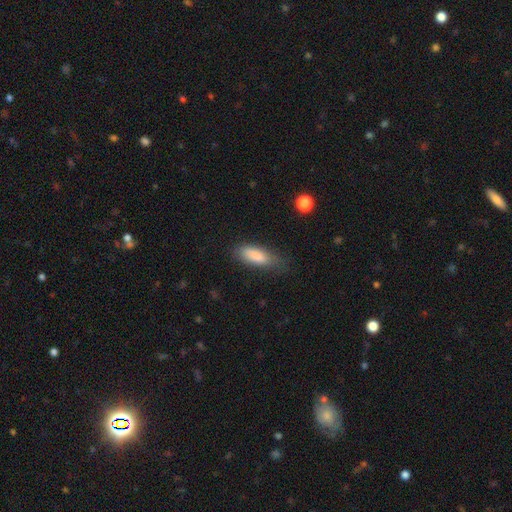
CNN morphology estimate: Smooth or featured? smooth (85%)
How rounded? in between (68%)
Merging? none (64%)